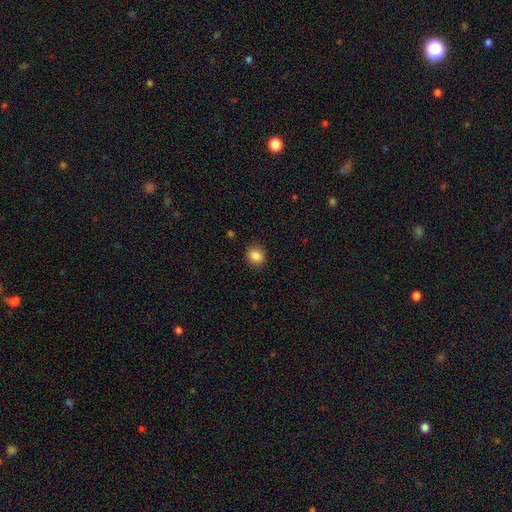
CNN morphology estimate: type=smooth (87%); roundness=round (74%); merging=none (89%).